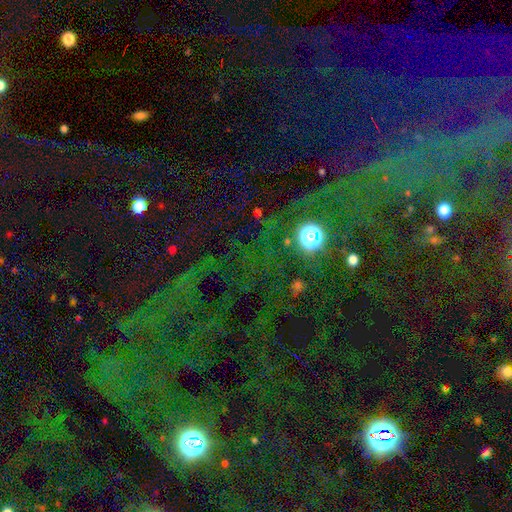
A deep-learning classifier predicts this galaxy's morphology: star or artifact 72%, smooth 17%, featured or disk 11%.